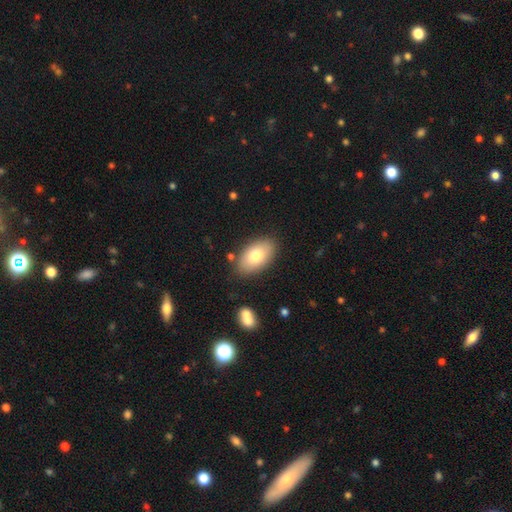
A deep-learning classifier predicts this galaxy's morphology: Smooth or featured: smooth — 78% (featured or disk — 15%)
How rounded: in between — 94% (round — 4%)
Merging: none — 84% (minor disturbance — 11%)